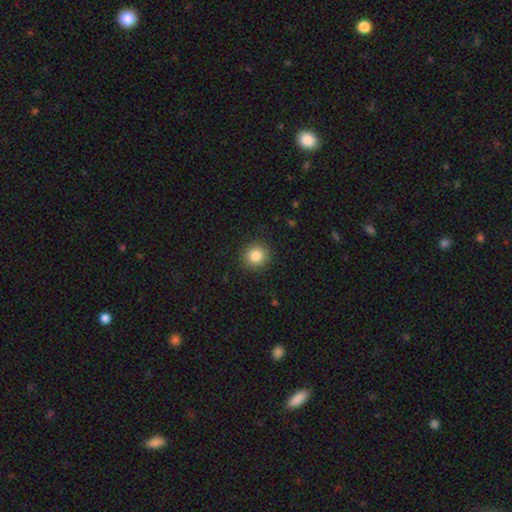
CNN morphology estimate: smooth-or-featured: smooth: 85% | star or artifact: 10% | featured or disk: 5%
  how-rounded: round: 92% | in between: 7% | cigar-shaped: 1%
  merging: none: 90% | minor disturbance: 7% | major disturbance: 2% | merger: 1%